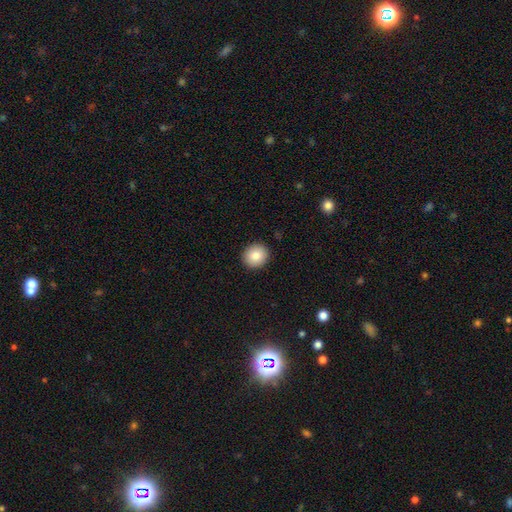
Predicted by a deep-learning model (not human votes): Q: Smooth or featured?
A: smooth (86%); runner-up: star or artifact (8%)
Q: How rounded?
A: round (81%); runner-up: in between (18%)
Q: Merging?
A: none (92%); runner-up: minor disturbance (6%)